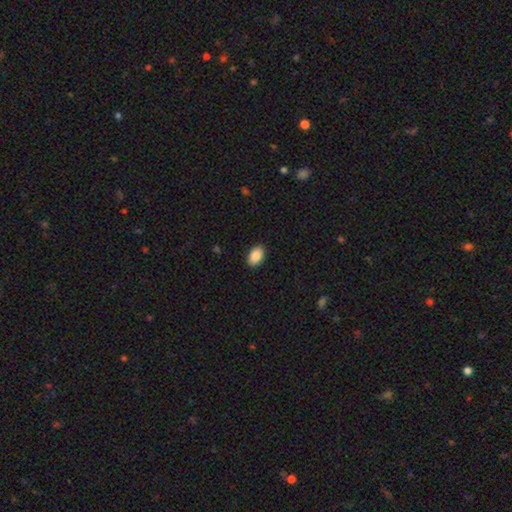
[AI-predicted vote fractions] Q: Smooth or featured?
A: smooth (89%); runner-up: star or artifact (7%)
Q: How rounded?
A: in between (91%); runner-up: round (8%)
Q: Merging?
A: none (90%); runner-up: minor disturbance (7%)